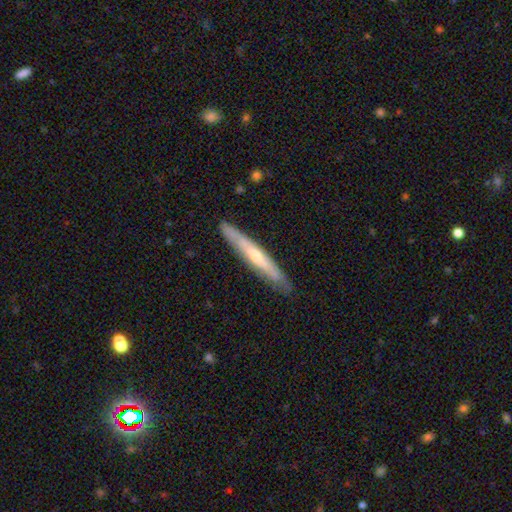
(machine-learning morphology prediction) type=featured or disk (52%); edge-on=yes (90%); merging=none (86%).